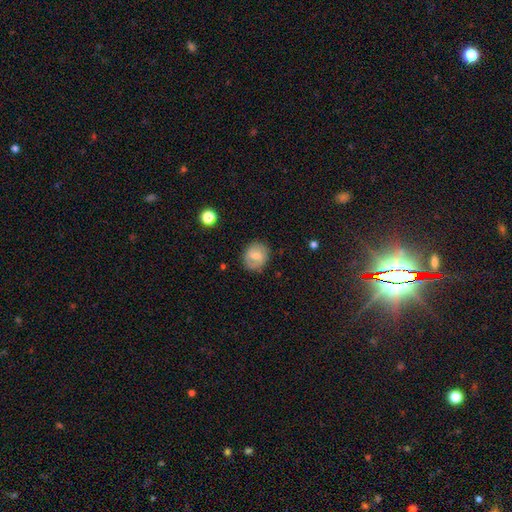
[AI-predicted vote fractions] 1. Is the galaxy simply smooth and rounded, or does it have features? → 58% smooth, 34% featured or disk, 8% star or artifact.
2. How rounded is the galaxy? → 71% round, 28% in between, 1% cigar-shaped.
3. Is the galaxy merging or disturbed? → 79% none, 15% minor disturbance, 5% major disturbance, 1% merger.